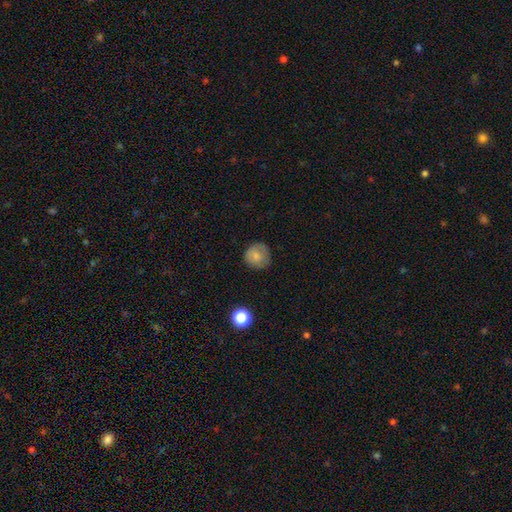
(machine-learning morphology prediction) type=smooth (79%); roundness=round (92%); merging=none (76%).